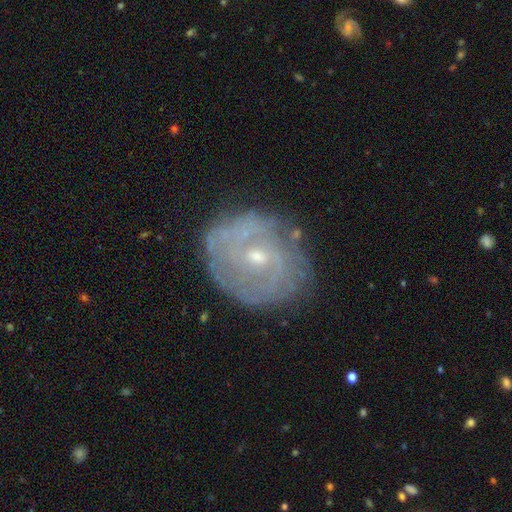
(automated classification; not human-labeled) Smooth or featured? Predicted: featured or disk (p=0.72). Edge-on disk? Predicted: no (p=0.97). Bar? Predicted: no (p=0.56). Spiral arms? Predicted: yes (p=0.67). Bulge size? Predicted: small (p=0.60). Merging? Predicted: none (p=0.72).